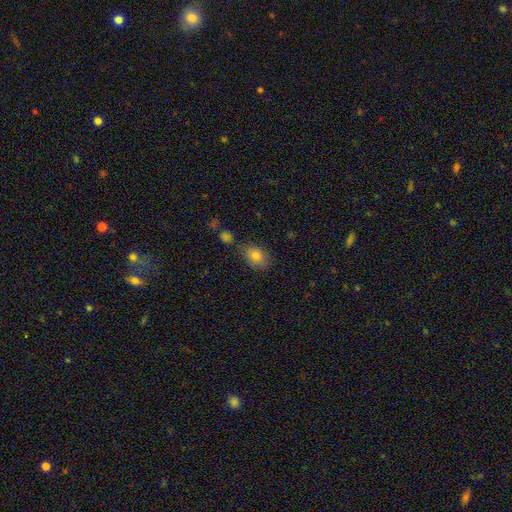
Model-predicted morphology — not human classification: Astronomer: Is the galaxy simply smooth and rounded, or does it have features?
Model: smooth — 80%.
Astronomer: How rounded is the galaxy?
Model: in between — 73%.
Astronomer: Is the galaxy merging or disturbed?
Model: none — 71%.